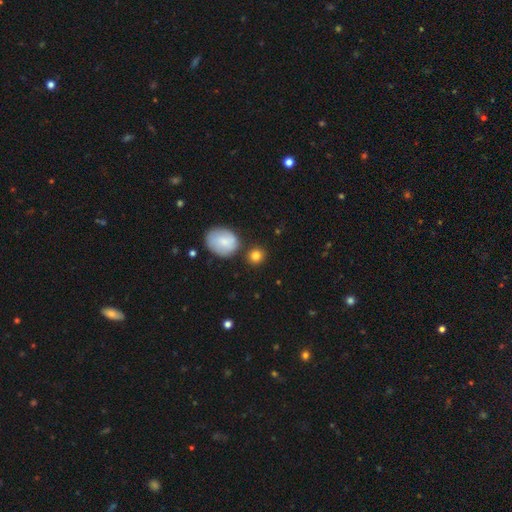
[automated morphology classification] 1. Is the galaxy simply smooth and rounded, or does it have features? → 82% smooth, 10% featured or disk, 8% star or artifact.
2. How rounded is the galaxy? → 85% round, 13% in between, 1% cigar-shaped.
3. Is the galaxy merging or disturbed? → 78% none, 11% minor disturbance, 8% merger, 3% major disturbance.